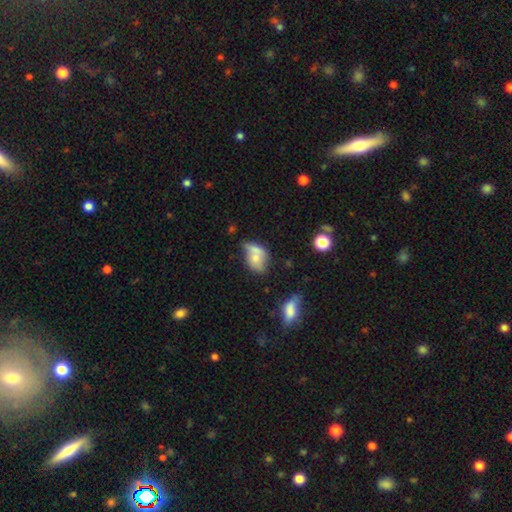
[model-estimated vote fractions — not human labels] This is likely a smooth galaxy (64%). How rounded: likely in between (75%). Merging: marginally merger (40%).